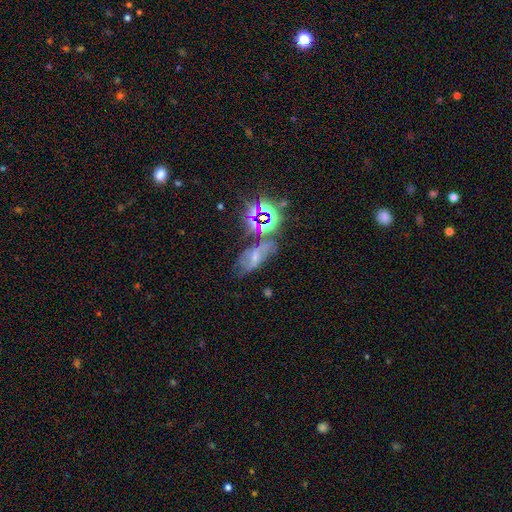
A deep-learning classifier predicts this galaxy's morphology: This is marginally a featured or disk galaxy (41%). Merging: possibly none (47%).